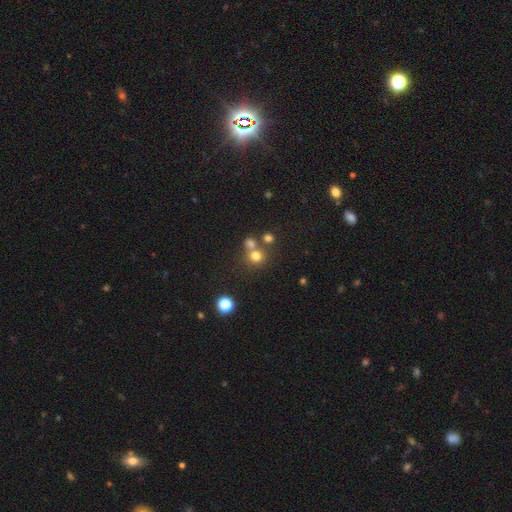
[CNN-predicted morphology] smooth-or-featured: smooth: 72% | star or artifact: 19% | featured or disk: 9%
  how-rounded: round: 88% | in between: 11% | cigar-shaped: 1%
  merging: none: 57% | merger: 32% | minor disturbance: 7% | major disturbance: 4%